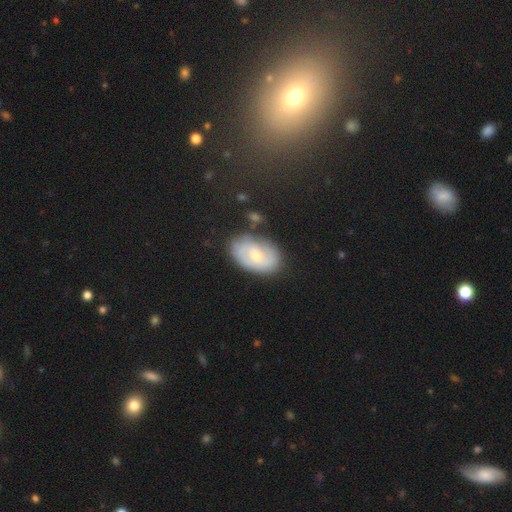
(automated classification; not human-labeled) featured or disk 53%, smooth 40%, star or artifact 8%. Down the decision tree: edge-on disk — no (95%); merging — none (73%).